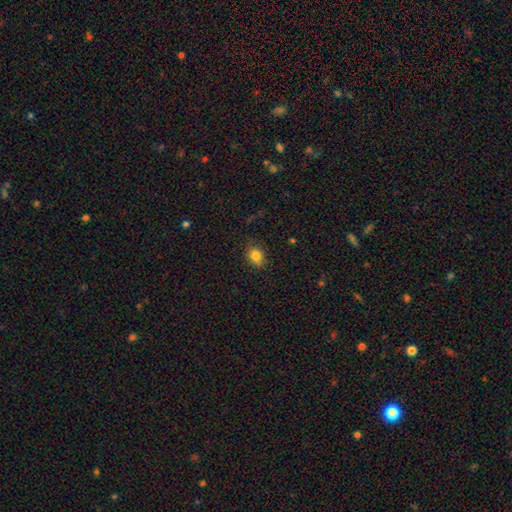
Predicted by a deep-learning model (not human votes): Smooth or featured? Predicted: smooth (p=0.83). How rounded? Predicted: round (p=0.54). Merging? Predicted: none (p=0.78).